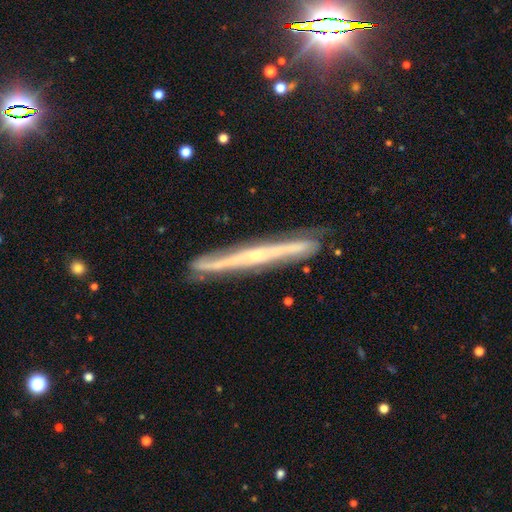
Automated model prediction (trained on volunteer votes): Overall: featured or disk (81%). Edge-on disk: yes (93%). Edge-on bulge: rounded (62%; none 34%). Merging: none (82%).